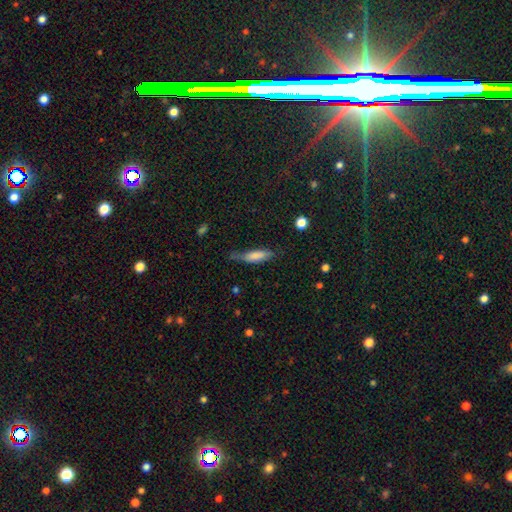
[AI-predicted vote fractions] smooth-or-featured: smooth: 72% | featured or disk: 22% | star or artifact: 7%
  how-rounded: cigar-shaped: 61% | in between: 37% | round: 2%
  merging: none: 52% | minor disturbance: 33% | major disturbance: 13% | merger: 3%